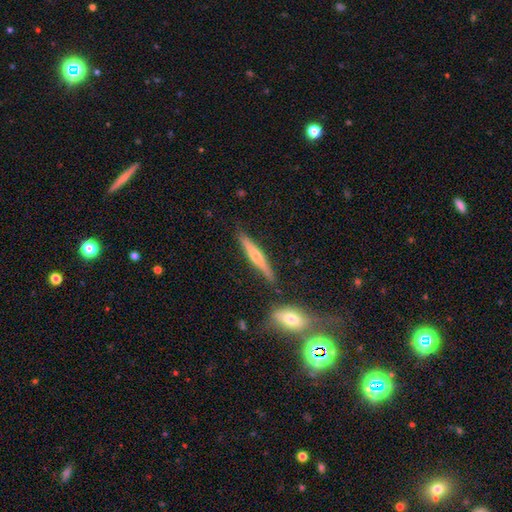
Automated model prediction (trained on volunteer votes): smooth_or_featured: featured or disk (p=0.48) [alt: smooth p=0.45]
merging: none (p=0.82) [alt: minor disturbance p=0.11]